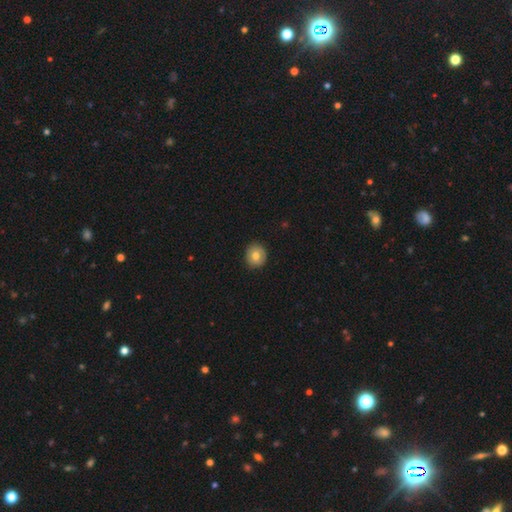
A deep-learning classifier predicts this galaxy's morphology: Smooth or featured?
  - smooth: 75% *
  - featured or disk: 17%
  - star or artifact: 8%
How rounded?
  - round: 88% *
  - in between: 11%
  - cigar-shaped: 1%
Merging?
  - none: 90% *
  - minor disturbance: 8%
  - major disturbance: 2%
  - merger: 1%